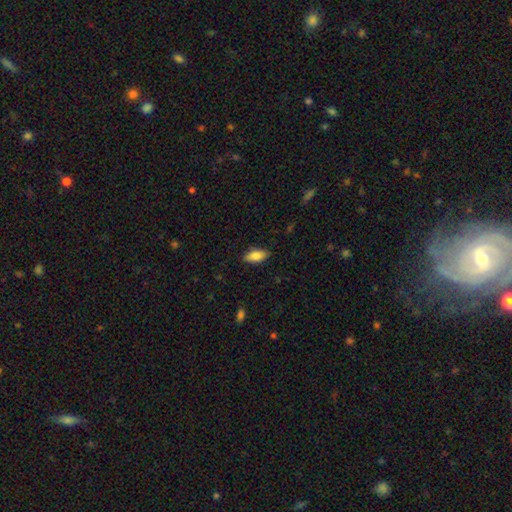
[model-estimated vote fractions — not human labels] Smooth or featured? smooth (85%)
How rounded? in between (86%)
Merging? none (86%)